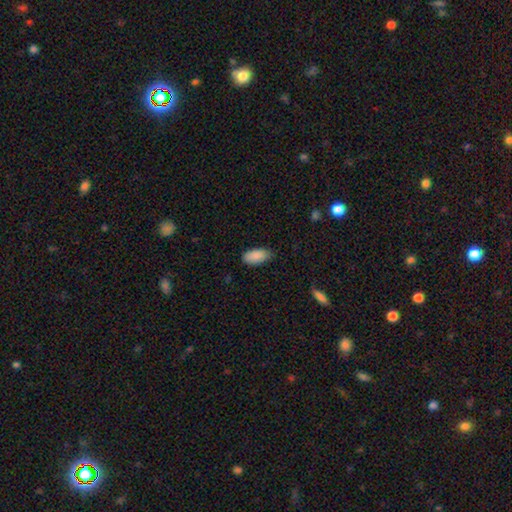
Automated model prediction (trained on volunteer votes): This appears to be a smooth galaxy with no disk features (89%) that is in between round and cigar-shaped (93%). Merging: none (81%).